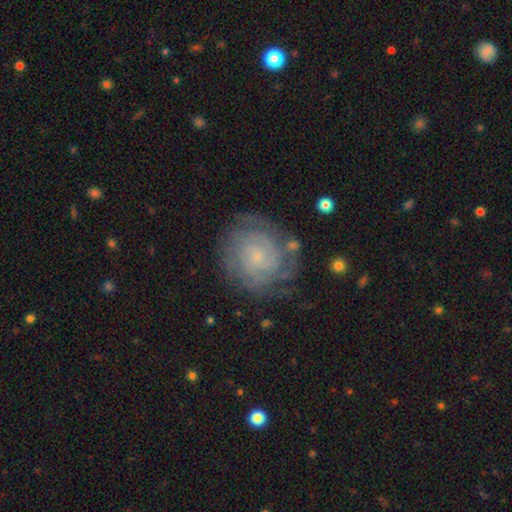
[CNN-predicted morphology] The model was most divided on "spiral arm count": can't tell: 46%, 2: 22%, 3: 14%, 4: 8%, 1: 5%, more than 4: 5%. More confident: edge-on disk — no (98%); spiral arms — yes (89%); bar — no (76%); spiral winding — tight (73%); bulge size — small (73%); merging — none (73%); smooth or featured — featured or disk (69%).